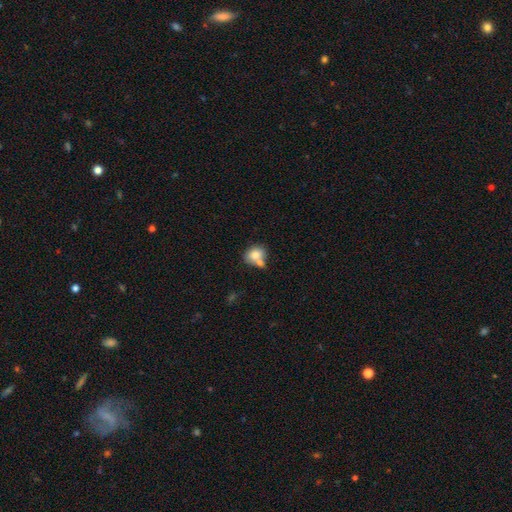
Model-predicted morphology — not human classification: smooth_or_featured: smooth (p=0.79) [alt: featured or disk p=0.12]
how_rounded: round (p=0.57) [alt: in between p=0.42]
merging: none (p=0.42) [alt: merger p=0.40]